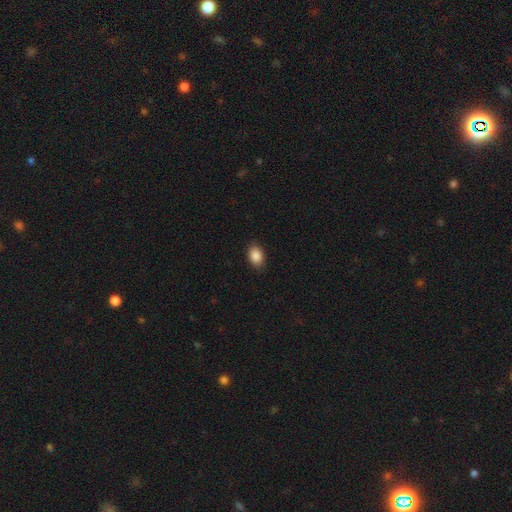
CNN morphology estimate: smooth_or_featured: smooth (p=0.88) [alt: star or artifact p=0.08]
how_rounded: in between (p=0.84) [alt: round p=0.15]
merging: none (p=0.87) [alt: minor disturbance p=0.10]